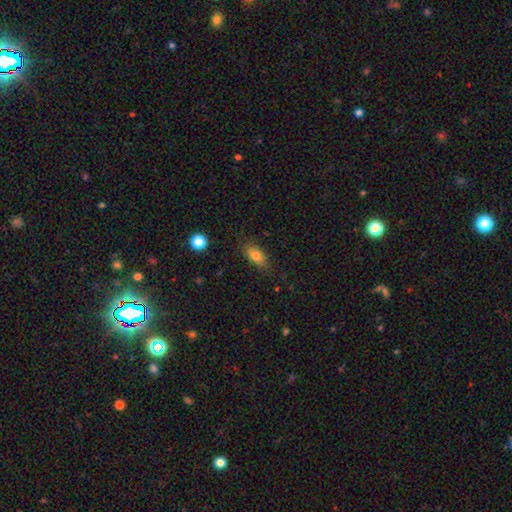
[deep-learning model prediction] The model was most divided on "merging": none: 78%, minor disturbance: 17%, major disturbance: 4%, merger: 1%. More confident: how rounded — in between (83%); smooth or featured — smooth (78%).